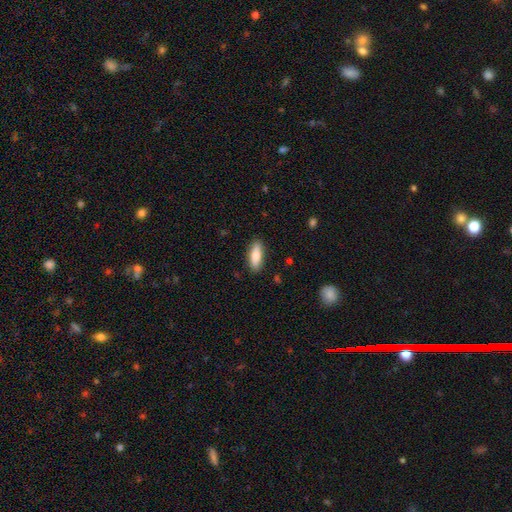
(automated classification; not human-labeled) Smooth or featured? smooth (79%)
How rounded? in between (63%)
Merging? none (88%)